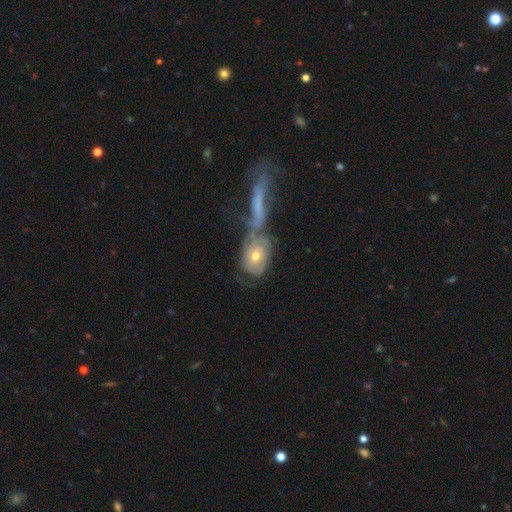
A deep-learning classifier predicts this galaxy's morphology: This is likely a featured or disk galaxy (64%). It is clearly not viewed edge-on (88%). Bar: likely no (78%). Spiral arm pattern: likely yes (73%). Central bulge: likely moderate (61%). Merging: possibly merger (47%).